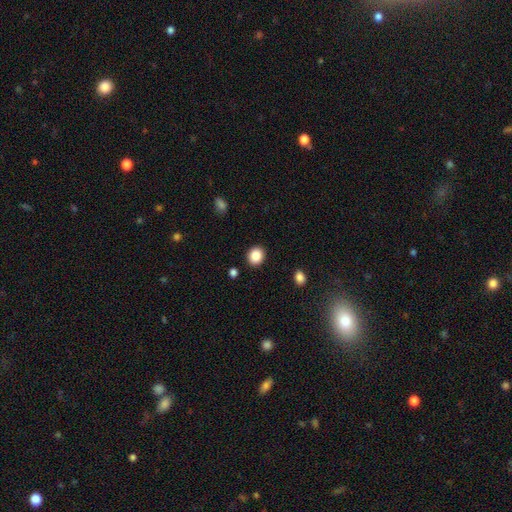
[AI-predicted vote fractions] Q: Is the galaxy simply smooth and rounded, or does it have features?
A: smooth — 87%.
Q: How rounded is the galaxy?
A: round — 76%.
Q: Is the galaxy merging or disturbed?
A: none — 90%.